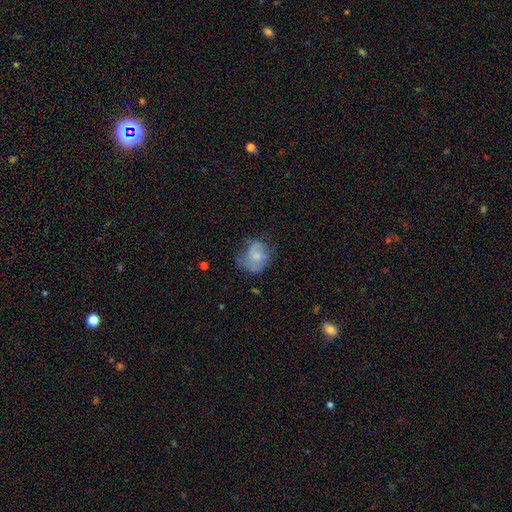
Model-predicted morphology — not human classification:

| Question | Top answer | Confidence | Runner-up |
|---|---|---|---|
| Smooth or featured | smooth | 59% | featured or disk (32%) |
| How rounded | round | 61% | in between (38%) |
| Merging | none | 44% | minor disturbance (32%) |